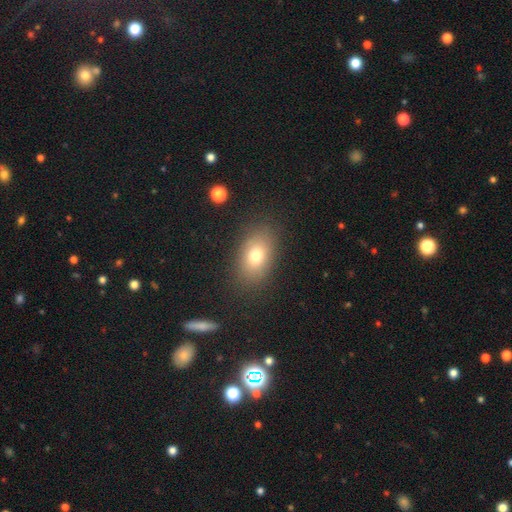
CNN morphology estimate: Overall: smooth (75%). How rounded: in between (83%). Merging: none (84%).